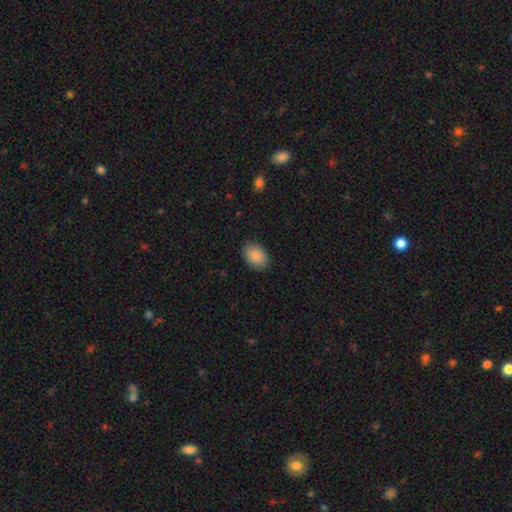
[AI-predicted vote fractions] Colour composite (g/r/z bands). It shows a smooth galaxy with no disk features (89%) that is in between round and cigar-shaped (86%). Merging: none (88%).